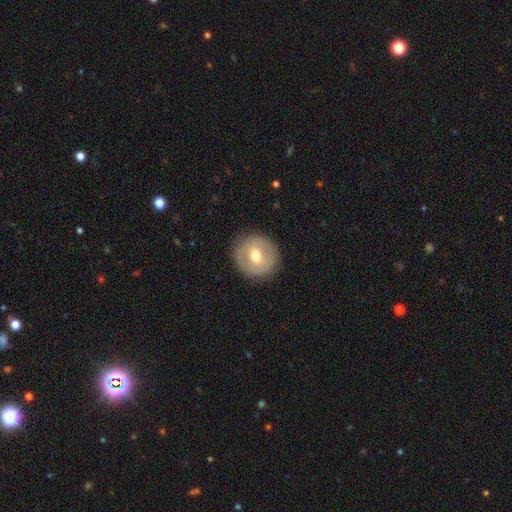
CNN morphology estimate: Q: Smooth or featured?
A: smooth (50%); runner-up: featured or disk (43%)
Q: Merging?
A: none (89%); runner-up: minor disturbance (8%)